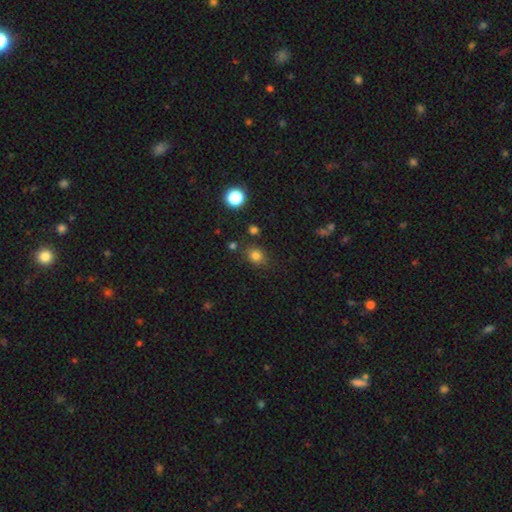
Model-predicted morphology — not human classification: This is likely a smooth galaxy (79%). How rounded: possibly round (54%). Merging: likely none (78%).